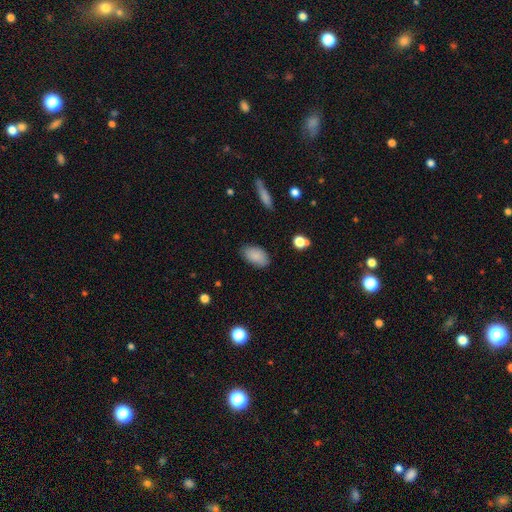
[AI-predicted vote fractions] This appears to be a smooth galaxy with no disk features (86%) that is in between round and cigar-shaped (93%). Merging: none (83%).